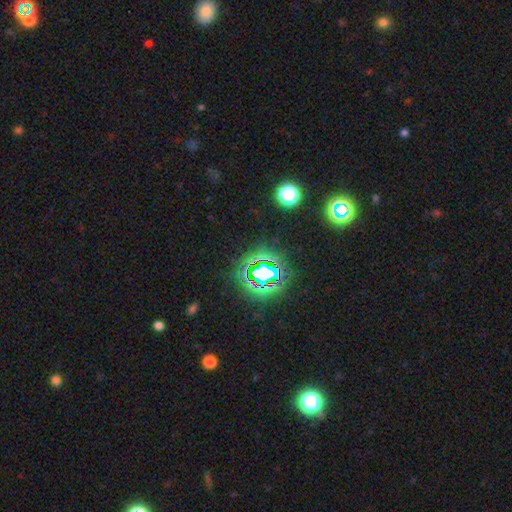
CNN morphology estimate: star or artifact 79%, smooth 14%, featured or disk 7%.